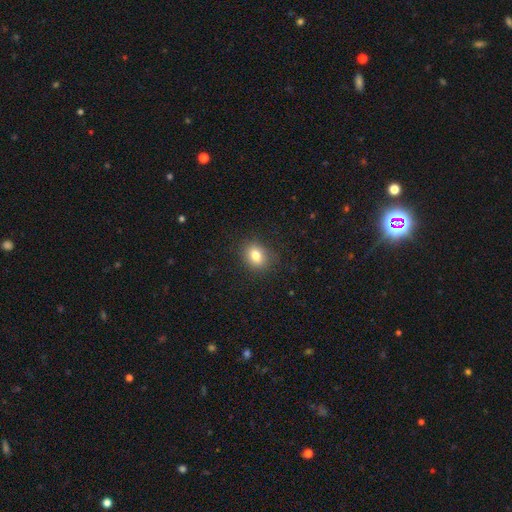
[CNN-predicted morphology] The model was most divided on "how rounded": in between: 53%, round: 46%, cigar-shaped: 1%. More confident: merging — none (85%); smooth or featured — smooth (79%).